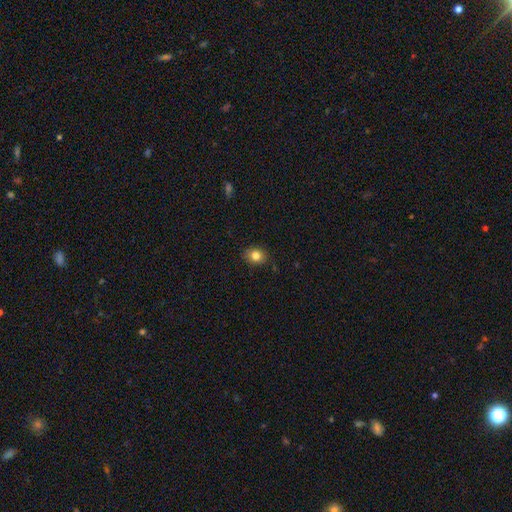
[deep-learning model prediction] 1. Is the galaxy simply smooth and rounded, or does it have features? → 82% smooth, 11% star or artifact, 8% featured or disk.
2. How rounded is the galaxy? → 55% round, 44% in between, 1% cigar-shaped.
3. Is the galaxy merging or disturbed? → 87% none, 10% minor disturbance, 2% major disturbance, 1% merger.